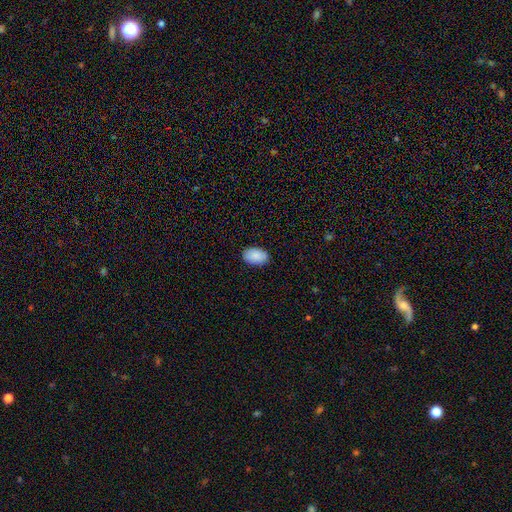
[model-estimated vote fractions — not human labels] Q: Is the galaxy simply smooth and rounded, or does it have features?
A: smooth — 89%.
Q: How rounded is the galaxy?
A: in between — 92%.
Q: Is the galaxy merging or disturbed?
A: none — 88%.